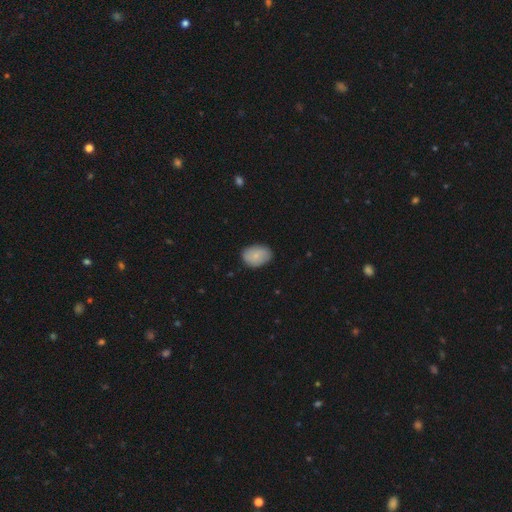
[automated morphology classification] This is likely a smooth galaxy (79%). How rounded: likely in between (80%). Merging: clearly none (80%).